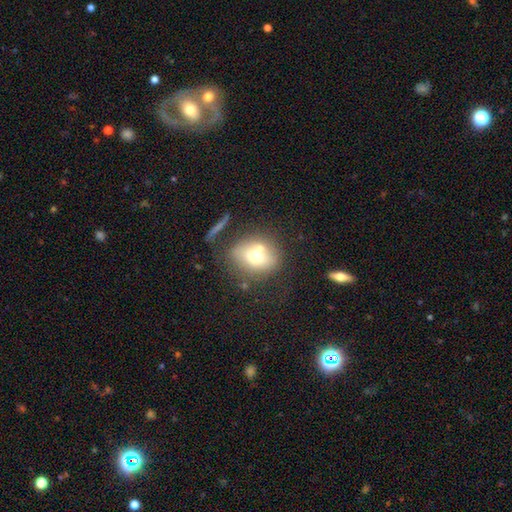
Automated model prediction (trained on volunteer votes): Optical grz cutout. It shows a smooth galaxy with no disk features (64%) that is round (63%). Merging: none (57%).